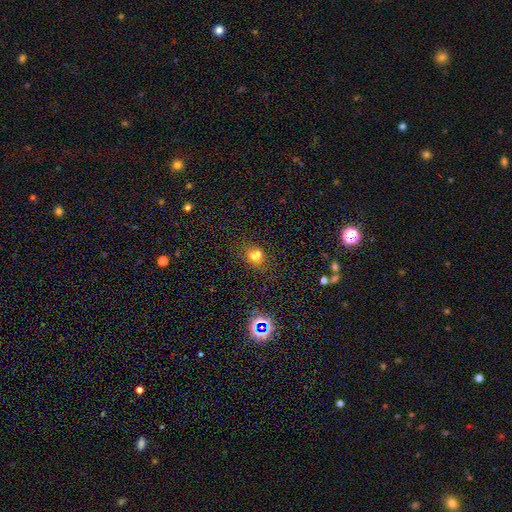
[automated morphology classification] smooth_or_featured: smooth (p=0.58) [alt: star or artifact p=0.26]
how_rounded: round (p=0.68) [alt: in between p=0.31]
merging: none (p=0.44) [alt: merger p=0.42]